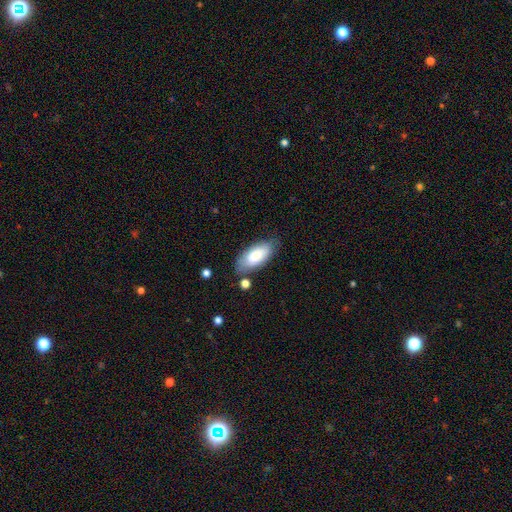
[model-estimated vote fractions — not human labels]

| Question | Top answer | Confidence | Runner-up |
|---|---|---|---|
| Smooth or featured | smooth | 80% | featured or disk (14%) |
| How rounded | in between | 88% | cigar-shaped (10%) |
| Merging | none | 74% | minor disturbance (18%) |